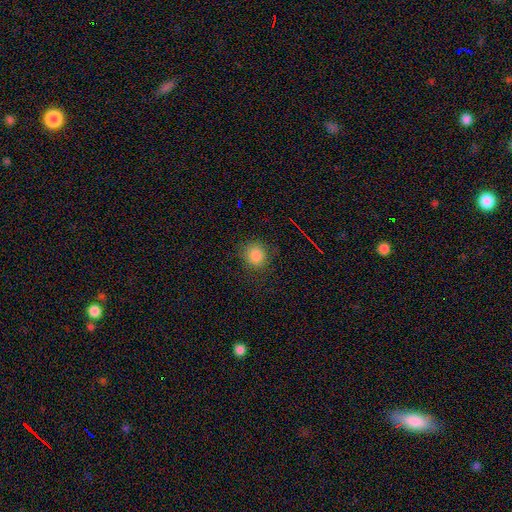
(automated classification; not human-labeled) Q: Smooth or featured?
A: smooth (83%); runner-up: star or artifact (13%)
Q: How rounded?
A: round (85%); runner-up: in between (14%)
Q: Merging?
A: none (83%); runner-up: minor disturbance (11%)